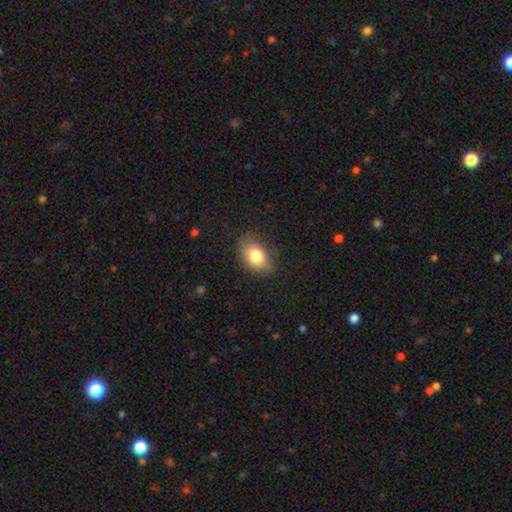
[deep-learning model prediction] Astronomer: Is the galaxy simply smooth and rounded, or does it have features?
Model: smooth — 79%.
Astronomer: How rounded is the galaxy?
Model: in between — 83%.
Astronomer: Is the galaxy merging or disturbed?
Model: none — 69%.